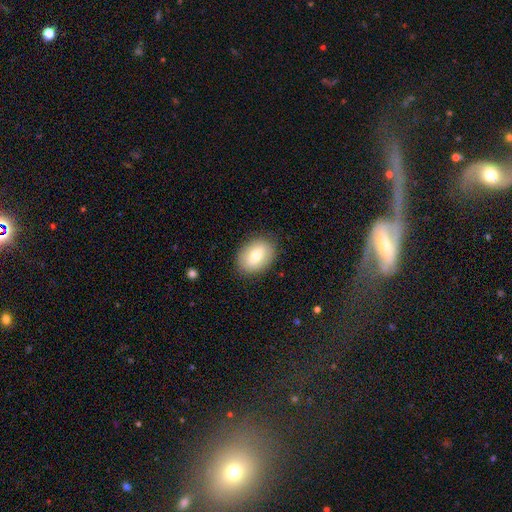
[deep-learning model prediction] smooth_or_featured: smooth (p=0.74) [alt: featured or disk p=0.19]
how_rounded: in between (p=0.78) [alt: round p=0.21]
merging: none (p=0.86) [alt: minor disturbance p=0.10]